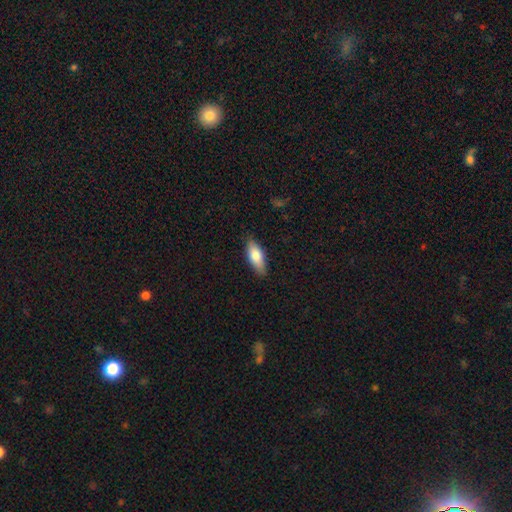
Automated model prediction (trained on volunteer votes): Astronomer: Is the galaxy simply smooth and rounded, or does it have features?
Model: smooth — 77%.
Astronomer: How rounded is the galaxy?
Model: in between — 73%.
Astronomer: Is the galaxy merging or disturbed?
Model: none — 84%.